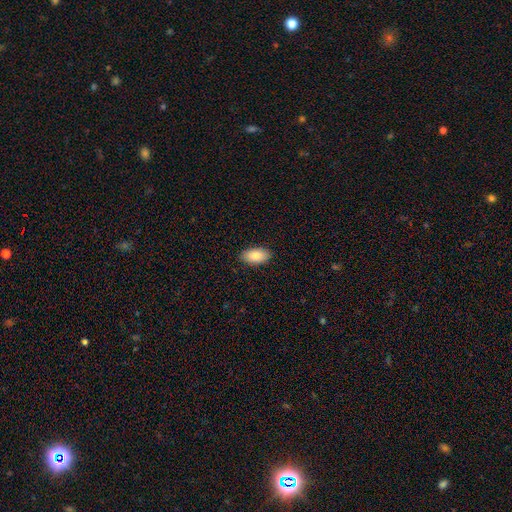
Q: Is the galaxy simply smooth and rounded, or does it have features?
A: smooth — 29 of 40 (72%).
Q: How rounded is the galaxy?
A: in between — 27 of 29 (93%).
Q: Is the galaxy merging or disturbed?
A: none — 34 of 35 (97%).